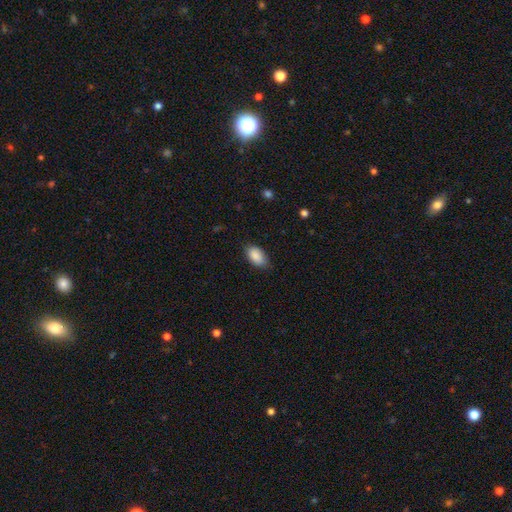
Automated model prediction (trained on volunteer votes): Smooth or featured? smooth (90%)
How rounded? in between (93%)
Merging? none (80%)